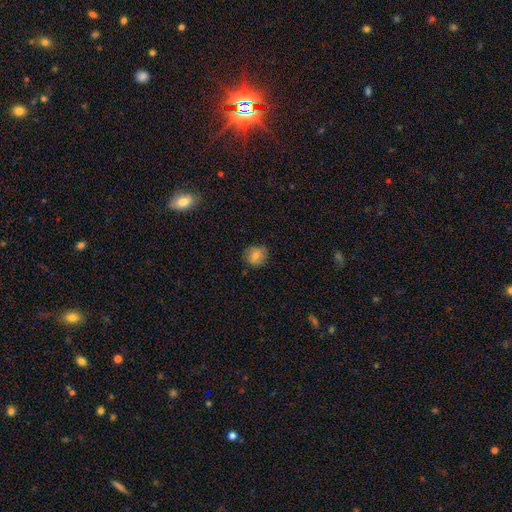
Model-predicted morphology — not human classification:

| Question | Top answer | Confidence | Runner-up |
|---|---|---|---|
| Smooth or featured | smooth | 76% | featured or disk (14%) |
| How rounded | round | 90% | in between (9%) |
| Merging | none | 82% | minor disturbance (14%) |